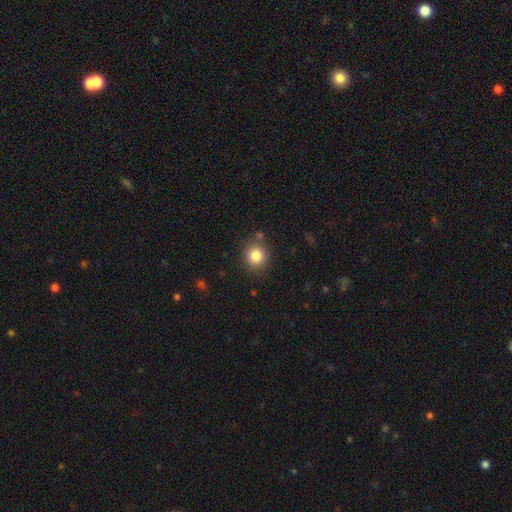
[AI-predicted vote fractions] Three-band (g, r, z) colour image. It shows a smooth galaxy with no disk features (84%) that is round (88%). Merging: none (84%).